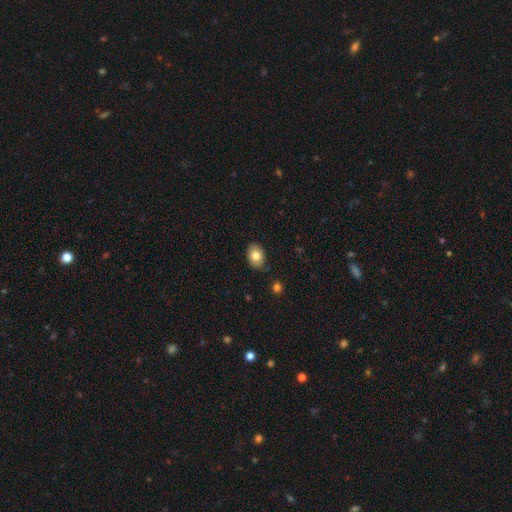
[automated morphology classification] Smooth or featured? smooth (81%)
How rounded? in between (82%)
Merging? none (82%)